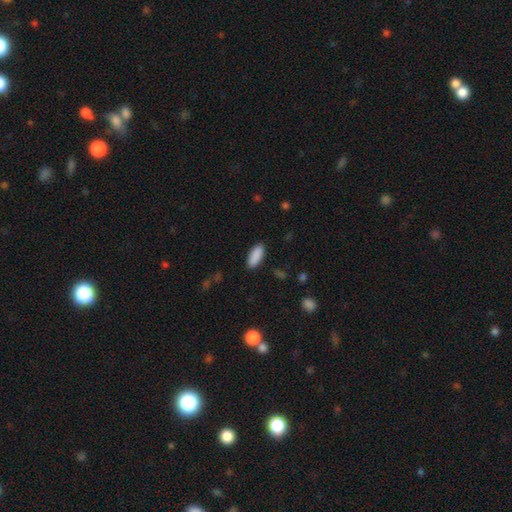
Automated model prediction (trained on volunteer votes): A smooth galaxy with no disk features (90%) that is in between round and cigar-shaped (83%). Merging: none (88%).